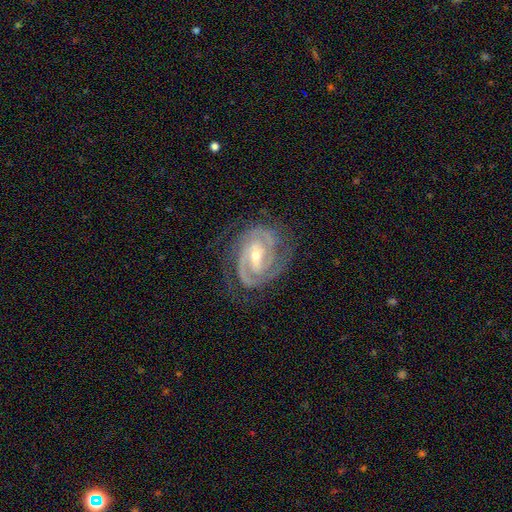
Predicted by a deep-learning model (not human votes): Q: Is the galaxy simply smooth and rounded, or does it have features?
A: featured or disk — 92%.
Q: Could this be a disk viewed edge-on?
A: no — 97%.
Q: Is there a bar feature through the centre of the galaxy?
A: weak — 45%.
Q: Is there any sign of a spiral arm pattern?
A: yes — 98%.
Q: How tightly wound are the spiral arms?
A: tight — 66%.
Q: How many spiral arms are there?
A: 2 — 63%.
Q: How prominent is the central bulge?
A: small — 50%.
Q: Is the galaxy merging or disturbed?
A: none — 74%.